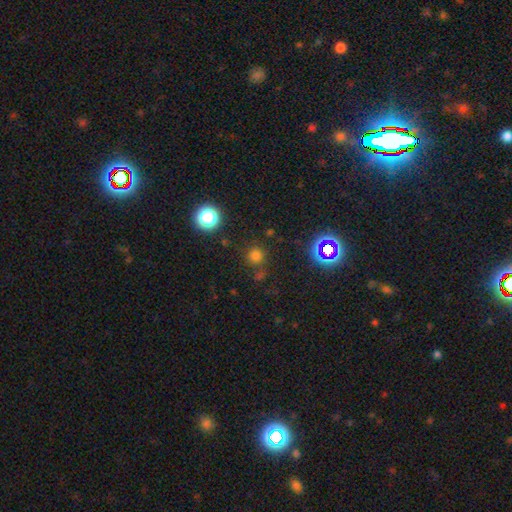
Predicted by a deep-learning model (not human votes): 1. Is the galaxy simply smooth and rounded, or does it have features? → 67% smooth, 27% star or artifact, 6% featured or disk.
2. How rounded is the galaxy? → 94% round, 5% in between, 1% cigar-shaped.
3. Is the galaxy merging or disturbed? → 81% none, 9% minor disturbance, 6% merger, 4% major disturbance.